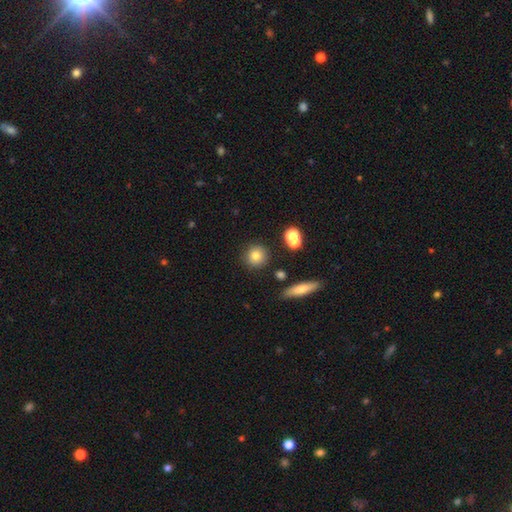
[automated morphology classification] Smooth or featured? Predicted: smooth (p=0.78). How rounded? Predicted: round (p=0.91). Merging? Predicted: none (p=0.85).